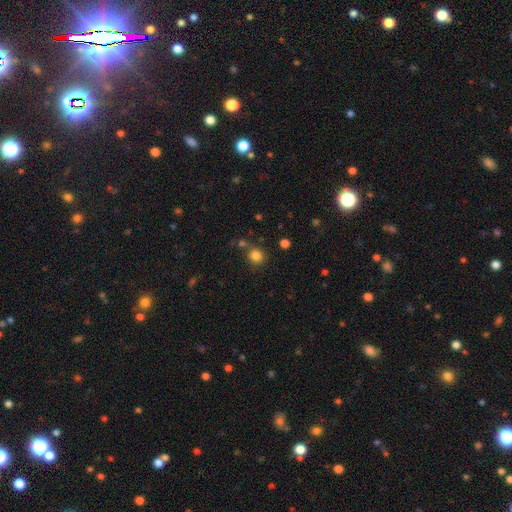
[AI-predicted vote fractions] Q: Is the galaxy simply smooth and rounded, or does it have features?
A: smooth — 82%.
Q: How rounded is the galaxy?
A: round — 87%.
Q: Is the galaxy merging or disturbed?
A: none — 75%.